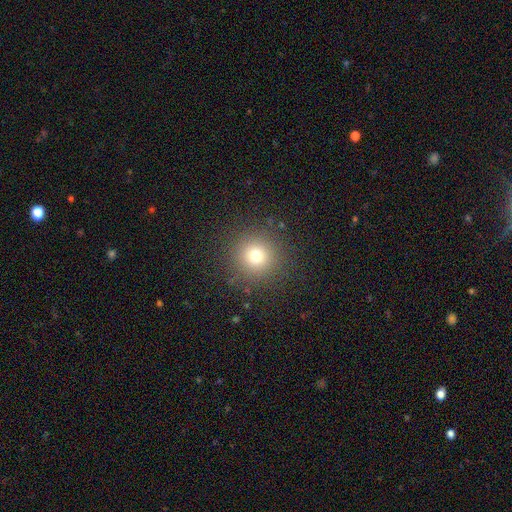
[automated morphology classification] Smooth or featured? Predicted: smooth (p=0.73). How rounded? Predicted: round (p=0.95). Merging? Predicted: none (p=0.88).